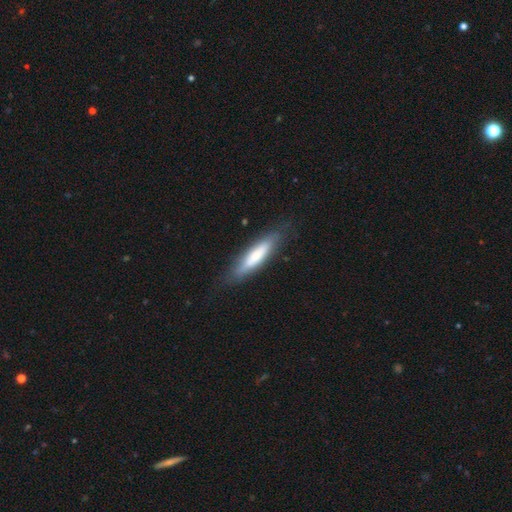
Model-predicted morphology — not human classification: type=smooth (66%); roundness=cigar-shaped (77%); merging=none (80%).